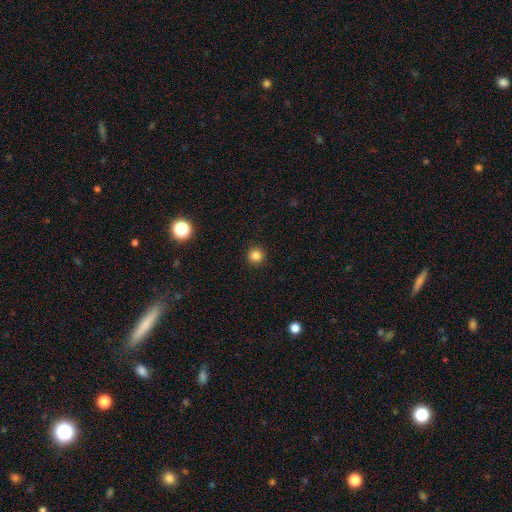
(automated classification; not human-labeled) Overall: smooth (84%). How rounded: round (96%). Merging: none (93%).